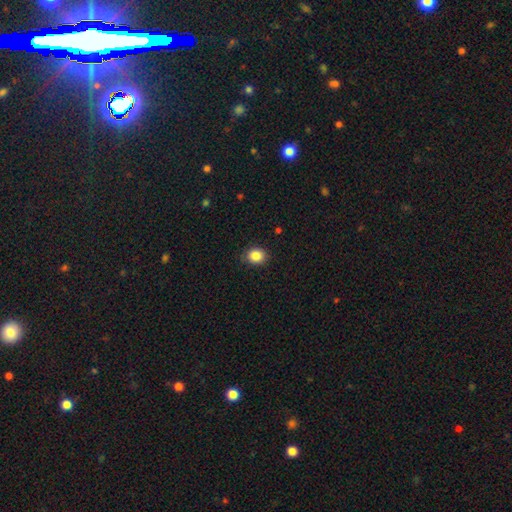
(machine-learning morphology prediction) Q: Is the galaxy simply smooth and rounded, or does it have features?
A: smooth — 86%.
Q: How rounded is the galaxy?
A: round — 67%.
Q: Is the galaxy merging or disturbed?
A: none — 84%.